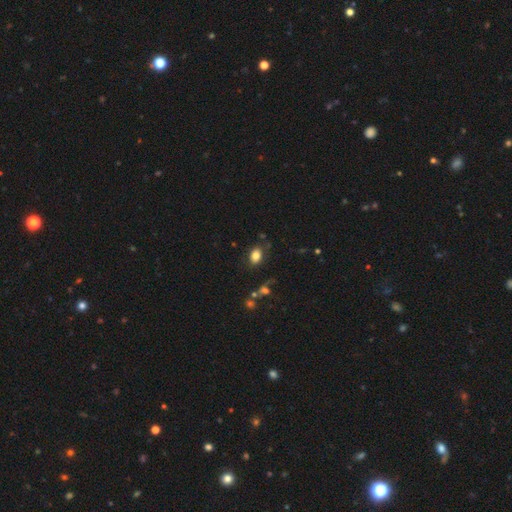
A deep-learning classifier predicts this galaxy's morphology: Smooth or featured: smooth — 81% (star or artifact — 10%)
How rounded: in between — 79% (round — 19%)
Merging: none — 78% (minor disturbance — 15%)